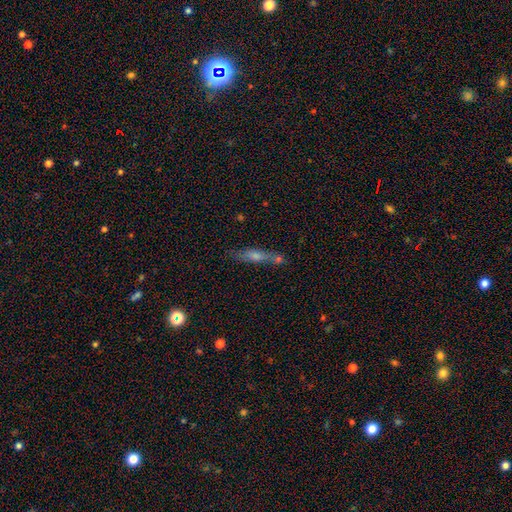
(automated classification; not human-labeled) Morphology: type=featured or disk (44%); merging=none (59%).